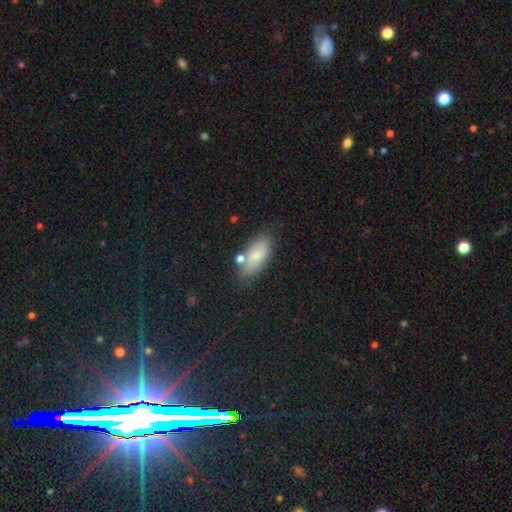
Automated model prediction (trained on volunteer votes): Q: Smooth or featured?
A: smooth (79%); runner-up: featured or disk (13%)
Q: How rounded?
A: in between (87%); runner-up: cigar-shaped (9%)
Q: Merging?
A: none (70%); runner-up: minor disturbance (16%)